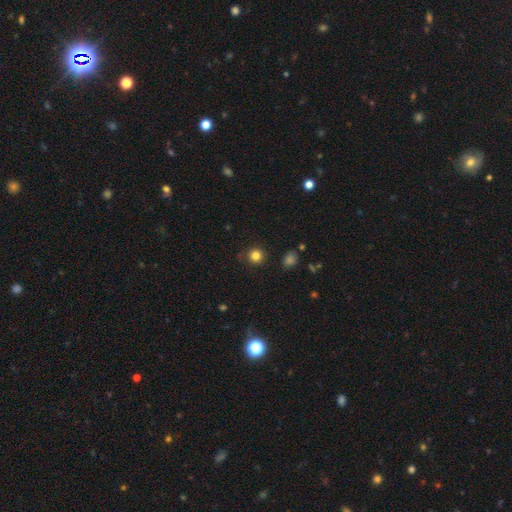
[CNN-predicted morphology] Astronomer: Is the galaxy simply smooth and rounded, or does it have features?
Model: smooth — 82%.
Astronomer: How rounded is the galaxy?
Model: round — 93%.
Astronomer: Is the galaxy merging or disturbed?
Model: none — 86%.